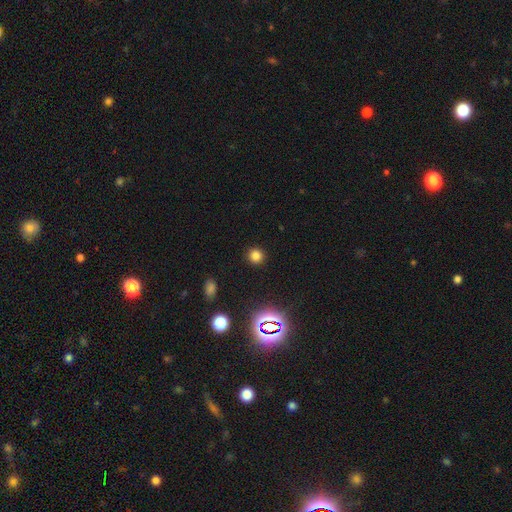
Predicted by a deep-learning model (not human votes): Morphology: type=smooth (76%); roundness=round (92%); merging=none (91%).